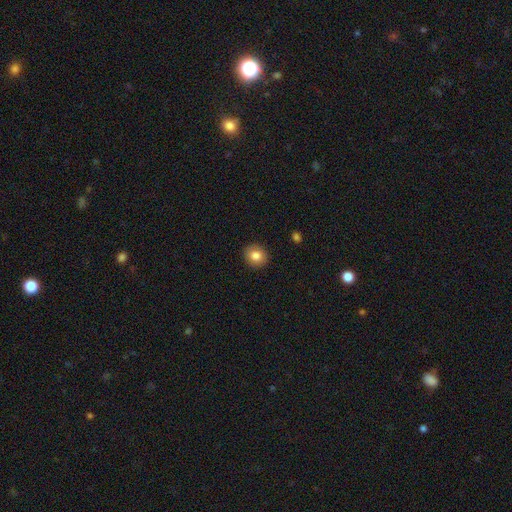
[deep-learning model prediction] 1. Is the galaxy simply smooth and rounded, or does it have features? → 83% smooth, 9% star or artifact, 8% featured or disk.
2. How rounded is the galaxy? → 84% round, 15% in between, 1% cigar-shaped.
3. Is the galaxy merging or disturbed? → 91% none, 6% minor disturbance, 2% major disturbance, 1% merger.